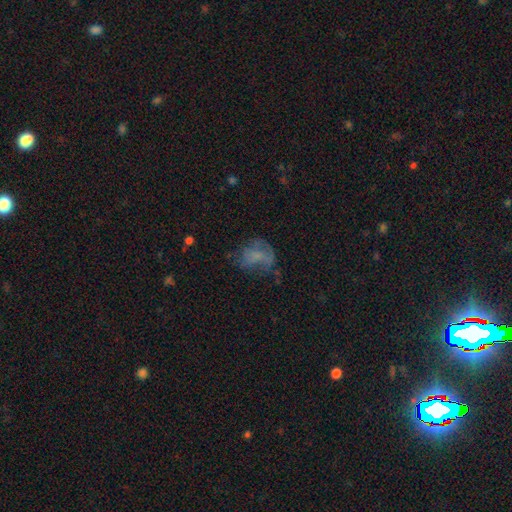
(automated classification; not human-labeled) This is marginally a smooth galaxy (41%). Merging: marginally none (40%).